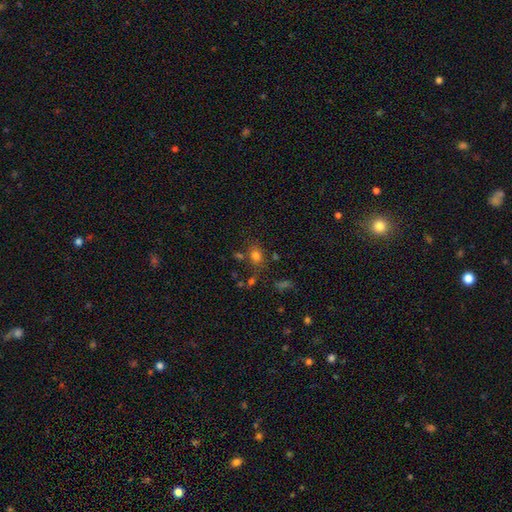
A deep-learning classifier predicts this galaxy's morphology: This is likely a smooth galaxy (75%). How rounded: possibly round (55%). Merging: likely none (67%).